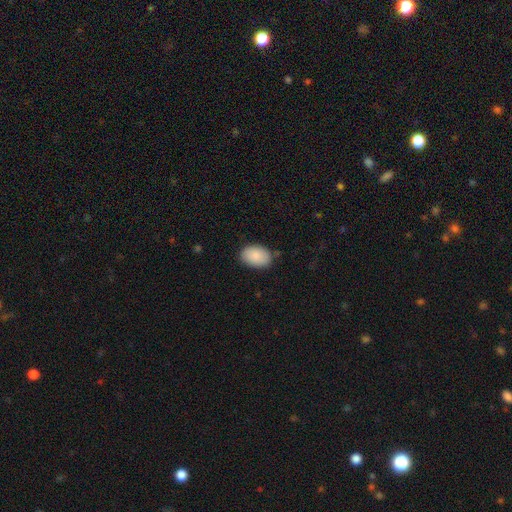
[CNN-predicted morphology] Smooth or featured? Predicted: smooth (p=0.88). How rounded? Predicted: in between (p=0.89). Merging? Predicted: none (p=0.83).